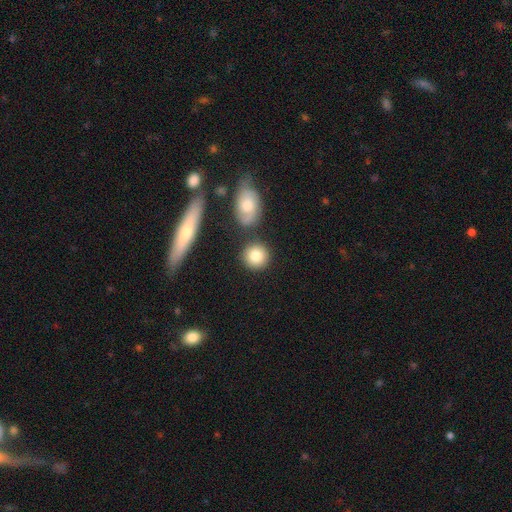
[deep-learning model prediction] smooth_or_featured: smooth (p=0.82) [alt: featured or disk p=0.10]
how_rounded: round (p=0.87) [alt: in between p=0.11]
merging: none (p=0.79) [alt: minor disturbance p=0.09]